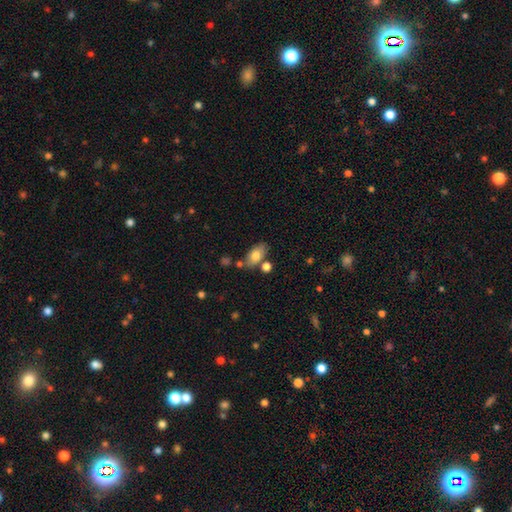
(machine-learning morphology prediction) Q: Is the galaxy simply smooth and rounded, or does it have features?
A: smooth — 78%.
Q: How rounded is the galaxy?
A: in between — 90%.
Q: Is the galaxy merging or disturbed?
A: none — 68%.